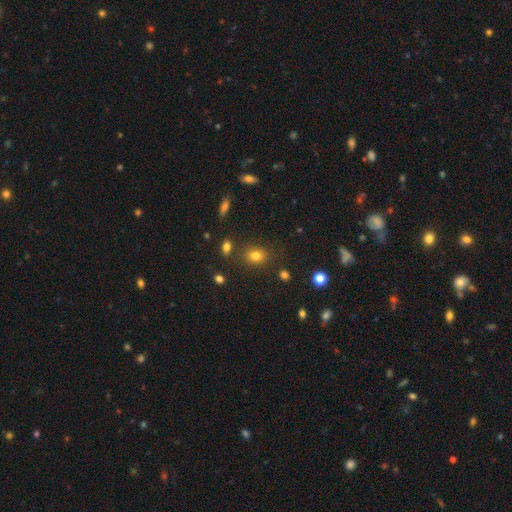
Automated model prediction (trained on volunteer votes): The model was most divided on "how rounded": in between: 61%, round: 38%, cigar-shaped: 1%. More confident: merging — none (81%); smooth or featured — smooth (79%).